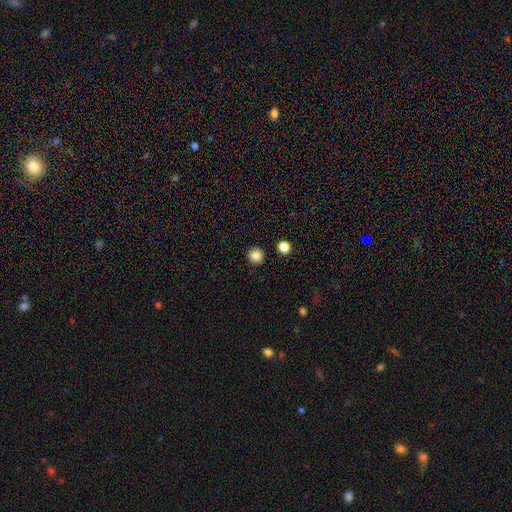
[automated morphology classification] This is clearly a smooth galaxy (86%). How rounded: clearly round (95%). Merging: clearly none (91%).